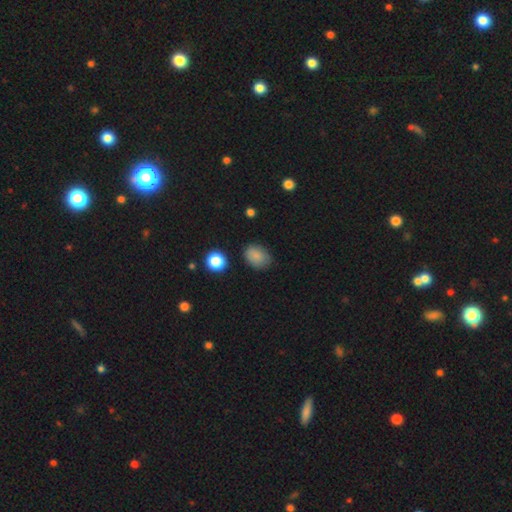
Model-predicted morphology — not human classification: The model was most divided on "how rounded": in between: 69%, round: 29%, cigar-shaped: 1%. More confident: smooth or featured — smooth (85%); merging — none (76%).